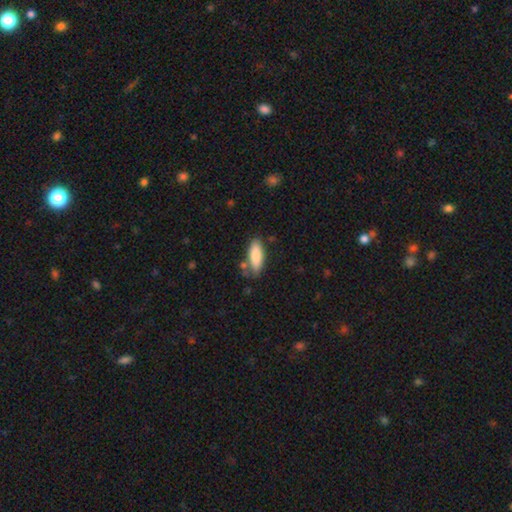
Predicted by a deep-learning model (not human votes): The model was most divided on "how rounded": in between: 69%, cigar-shaped: 29%, round: 2%. More confident: smooth or featured — smooth (84%); merging — none (74%).